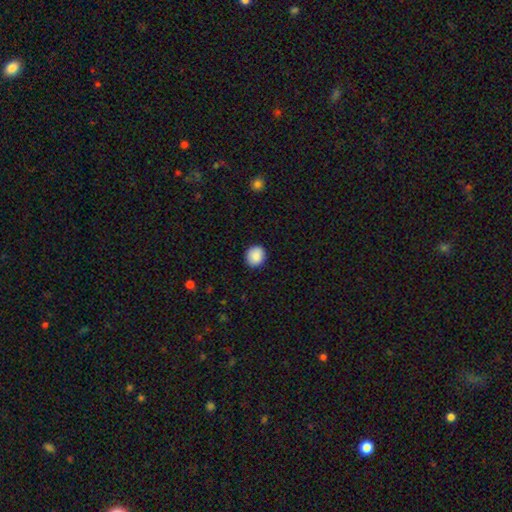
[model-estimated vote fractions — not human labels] A smooth galaxy with no disk features (89%) that is round (83%). Merging: none (90%).